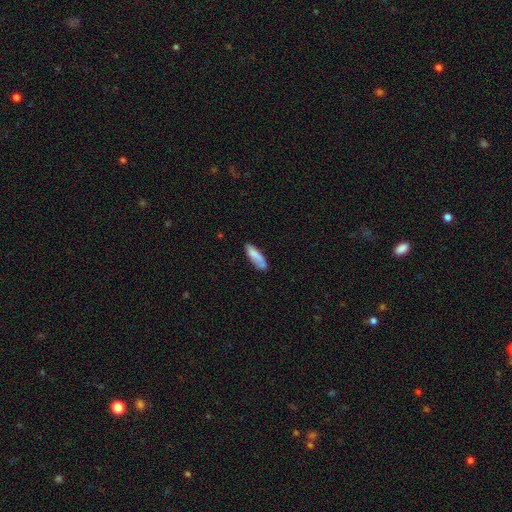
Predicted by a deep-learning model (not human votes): Overall: smooth (78%). How rounded: cigar-shaped (57%; in between 42%). Merging: none (64%).